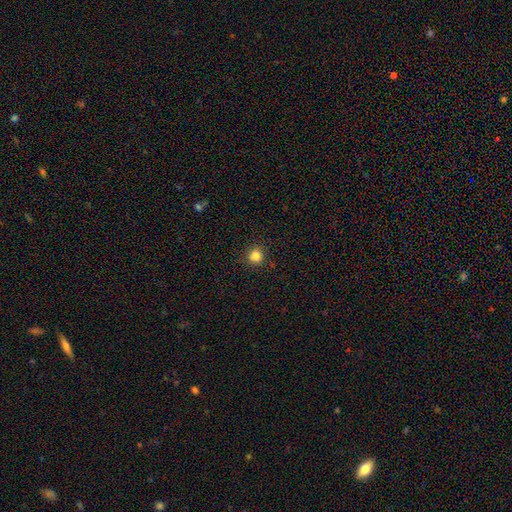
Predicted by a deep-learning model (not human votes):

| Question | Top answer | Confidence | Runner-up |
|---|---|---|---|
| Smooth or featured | smooth | 83% | star or artifact (12%) |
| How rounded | round | 91% | in between (8%) |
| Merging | none | 89% | minor disturbance (7%) |